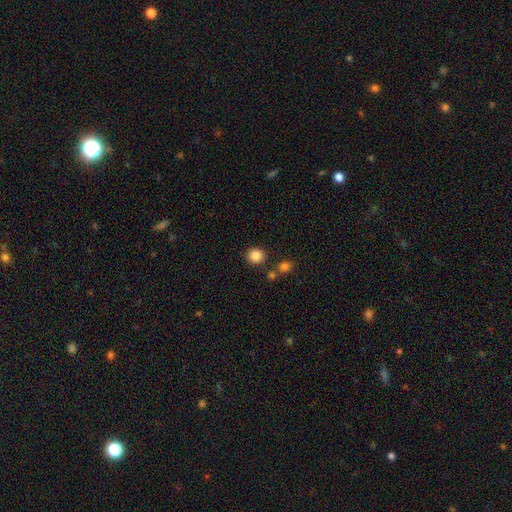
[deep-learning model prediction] Smooth or featured?
  - smooth: 86% *
  - star or artifact: 10%
  - featured or disk: 4%
How rounded?
  - round: 90% *
  - in between: 9%
  - cigar-shaped: 1%
Merging?
  - none: 83% *
  - minor disturbance: 8%
  - merger: 7%
  - major disturbance: 3%